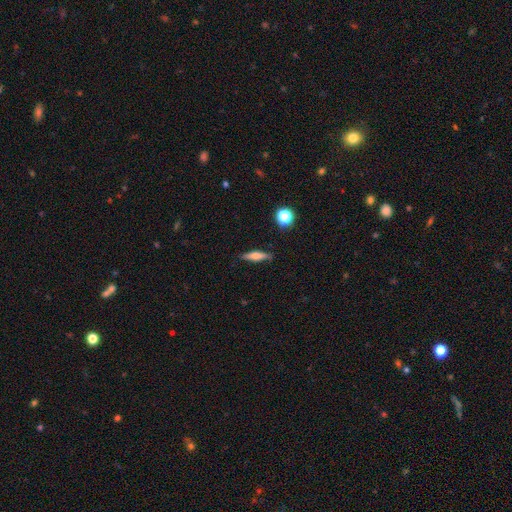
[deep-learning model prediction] smooth_or_featured: smooth (p=0.55) [alt: featured or disk p=0.37]
how_rounded: cigar-shaped (p=0.69) [alt: in between p=0.27]
merging: none (p=0.85) [alt: minor disturbance p=0.11]